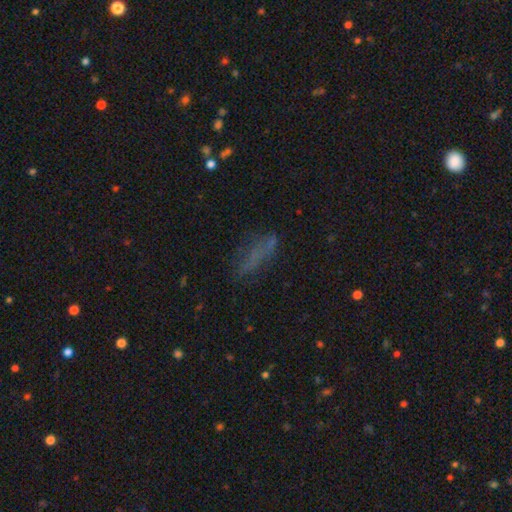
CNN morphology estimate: Smooth or featured? Predicted: smooth (p=0.55). How rounded? Predicted: cigar-shaped (p=0.57). Merging? Predicted: none (p=0.61).